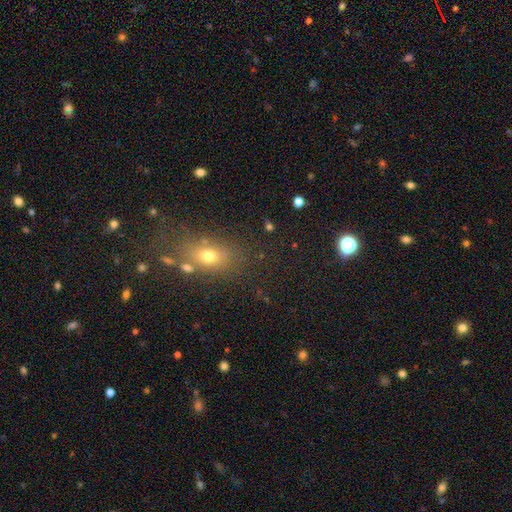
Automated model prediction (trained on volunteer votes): The model was most divided on "how rounded": in between: 59%, round: 34%, cigar-shaped: 7%. More confident: merging — none (72%); smooth or featured — smooth (57%).